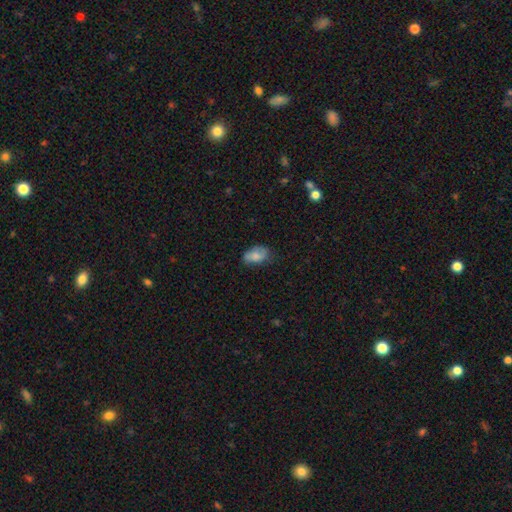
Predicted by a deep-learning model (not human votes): Smooth or featured? Predicted: smooth (p=0.76). How rounded? Predicted: in between (p=0.91). Merging? Predicted: none (p=0.64).